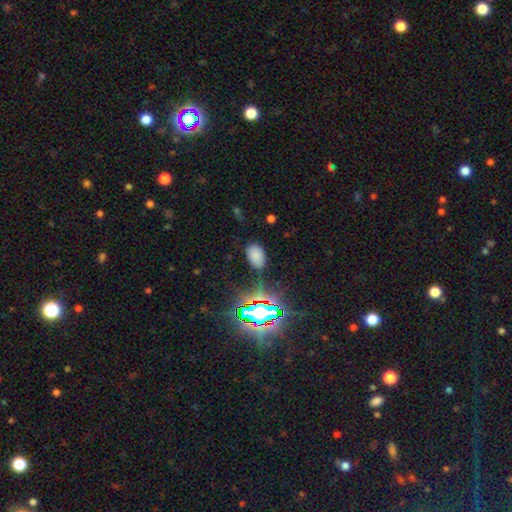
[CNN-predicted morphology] Overall: smooth (70%). How rounded: in between (92%). Merging: none (77%).